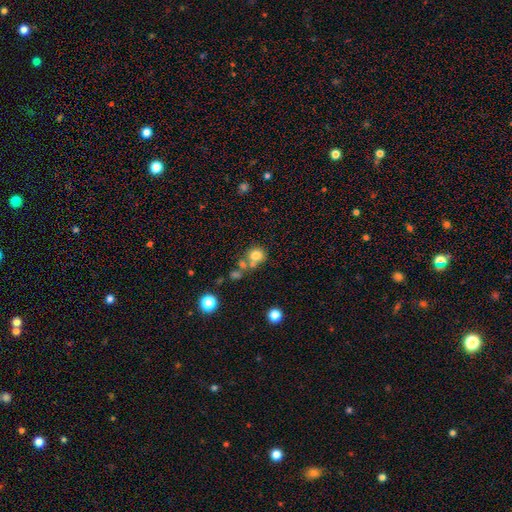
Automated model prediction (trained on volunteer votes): Smooth or featured? Predicted: smooth (p=0.76). How rounded? Predicted: round (p=0.81). Merging? Predicted: none (p=0.51).